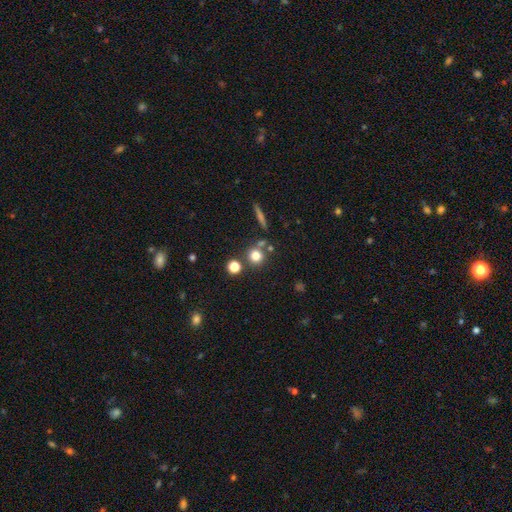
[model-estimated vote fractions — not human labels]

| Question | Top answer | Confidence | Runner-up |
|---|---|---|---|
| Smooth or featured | smooth | 76% | star or artifact (15%) |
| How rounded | round | 91% | in between (8%) |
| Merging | none | 74% | merger (15%) |